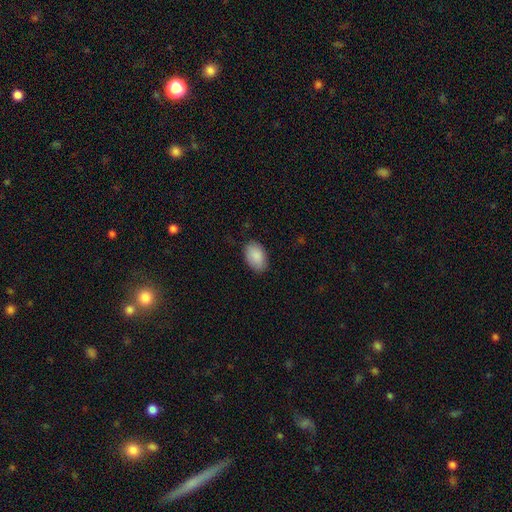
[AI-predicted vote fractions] smooth 89%, star or artifact 6%, featured or disk 5%. Down the decision tree: how rounded — in between (91%); merging — none (83%).